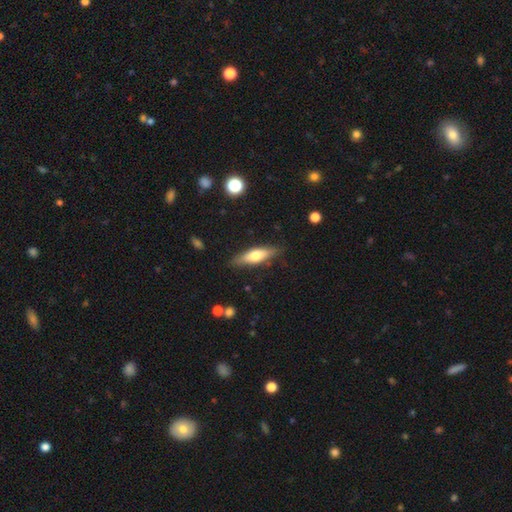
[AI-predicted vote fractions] This is possibly a smooth galaxy (54%). How rounded: possibly cigar-shaped (56%). Merging: clearly none (83%).